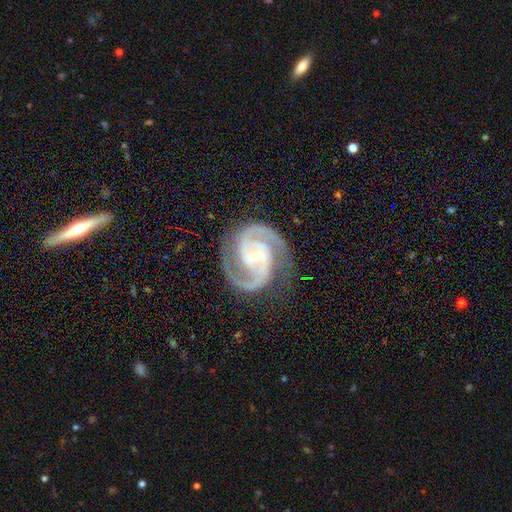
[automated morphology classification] Smooth or featured? featured or disk (94%)
Edge-on disk? no (98%)
Bar? no (43%)
Spiral arms? yes (99%)
Spiral winding? medium (48%)
Spiral arm count? 2 (92%)
Bulge size? small (72%)
Merging? none (81%)